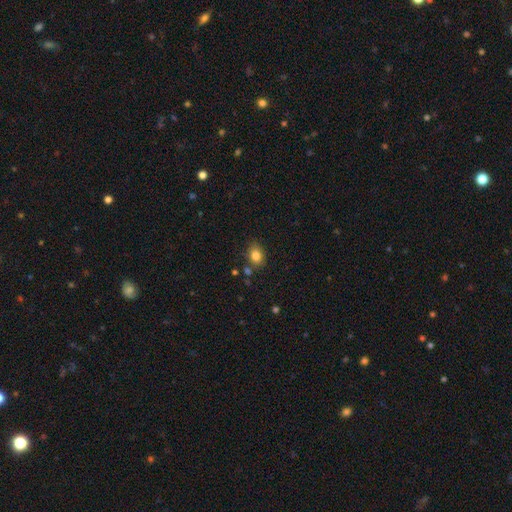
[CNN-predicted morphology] The model was most divided on "how rounded": in between: 61%, round: 38%, cigar-shaped: 1%. More confident: smooth or featured — smooth (82%); merging — none (76%).